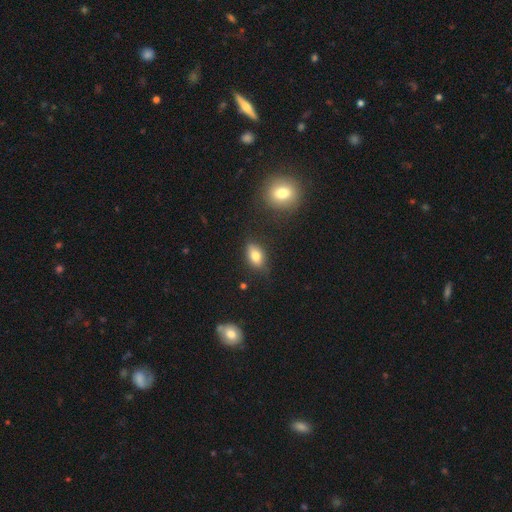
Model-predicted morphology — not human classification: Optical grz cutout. It shows a smooth galaxy with no disk features (76%) that is in between round and cigar-shaped (85%). Merging: none (76%).